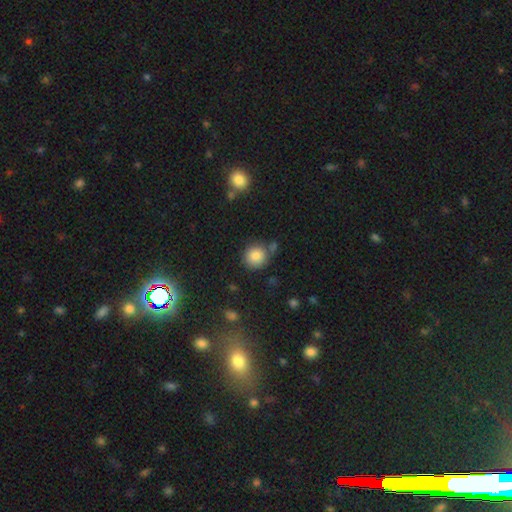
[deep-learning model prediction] Smooth or featured?
  - smooth: 83% *
  - star or artifact: 11%
  - featured or disk: 6%
How rounded?
  - round: 89% *
  - in between: 10%
  - cigar-shaped: 1%
Merging?
  - none: 73% *
  - minor disturbance: 13%
  - merger: 11%
  - major disturbance: 4%